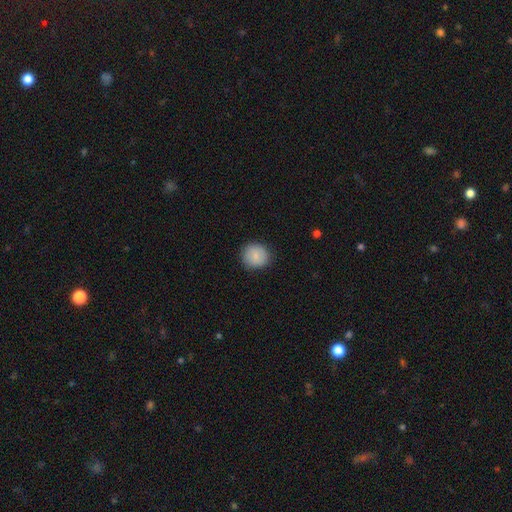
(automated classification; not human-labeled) Smooth or featured? Predicted: smooth (p=0.86). How rounded? Predicted: round (p=0.87). Merging? Predicted: none (p=0.87).